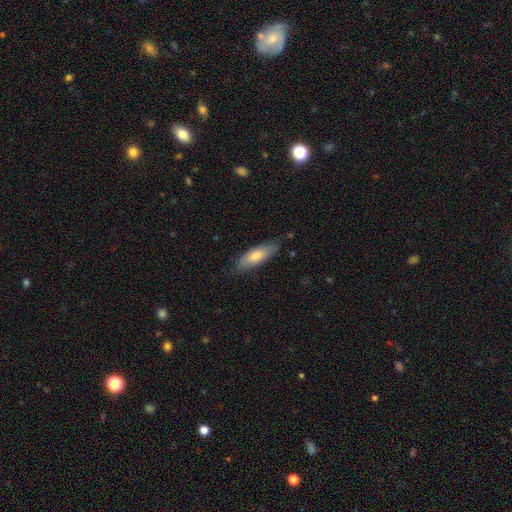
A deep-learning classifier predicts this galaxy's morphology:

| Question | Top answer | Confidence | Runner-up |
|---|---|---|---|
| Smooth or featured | smooth | 70% | featured or disk (24%) |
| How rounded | in between | 56% | cigar-shaped (42%) |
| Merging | none | 77% | minor disturbance (19%) |